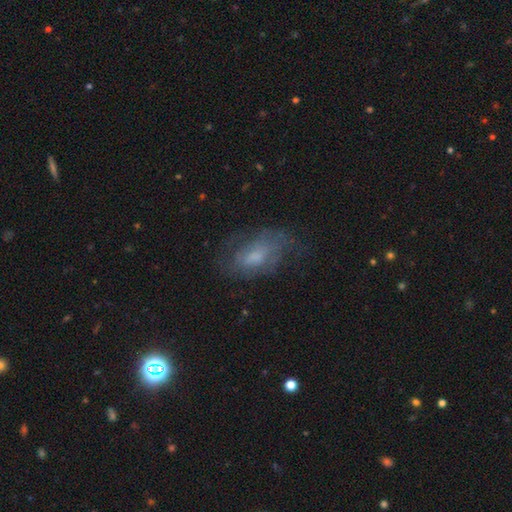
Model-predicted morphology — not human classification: This appears to be a featured or disk galaxy (47%). Merging: none (55%).